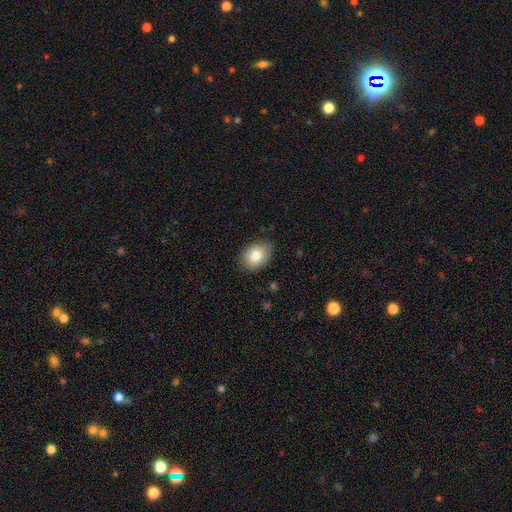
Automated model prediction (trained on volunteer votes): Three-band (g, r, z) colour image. It shows a smooth galaxy with no disk features (82%) that is in between round and cigar-shaped (64%). Merging: none (82%).